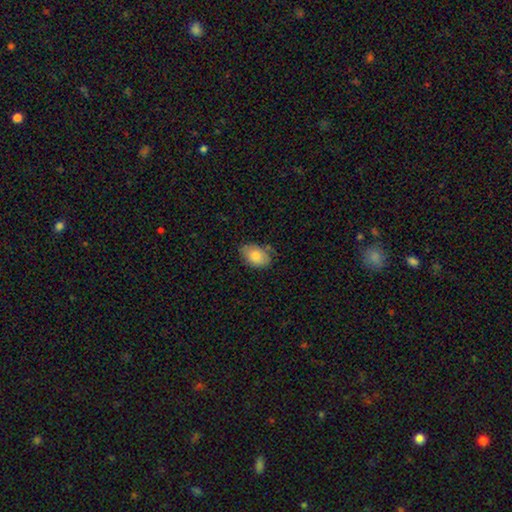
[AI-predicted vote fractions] This is clearly a smooth galaxy (80%). How rounded: clearly in between (88%). Merging: likely none (66%).